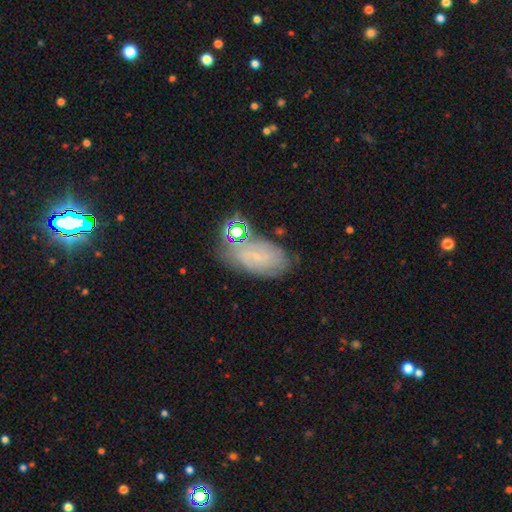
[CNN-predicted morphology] smooth-or-featured: featured or disk: 40% | smooth: 39% | star or artifact: 21%
  merging: none: 63% | minor disturbance: 20% | major disturbance: 8% | merger: 8%